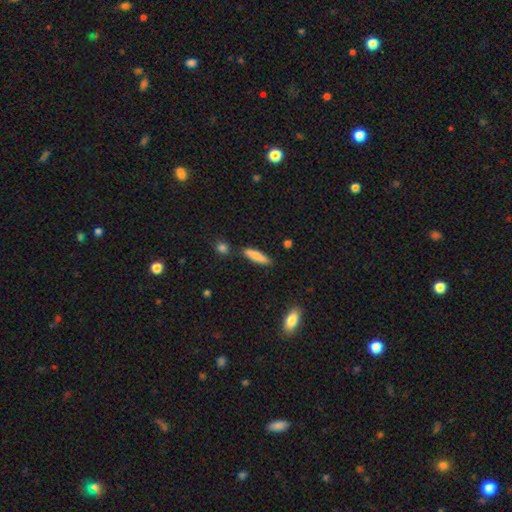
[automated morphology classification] This is clearly a smooth galaxy (81%). How rounded: likely cigar-shaped (77%). Merging: clearly none (85%).